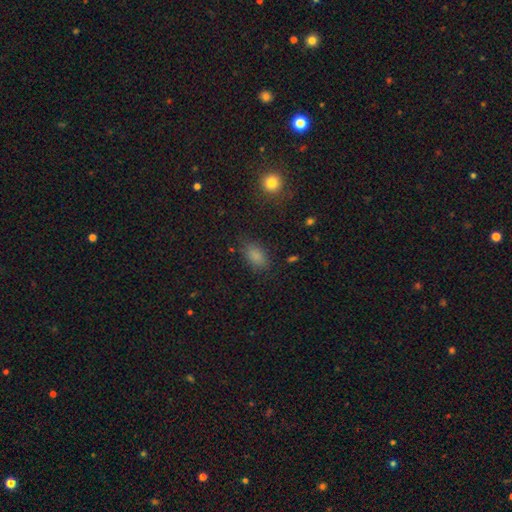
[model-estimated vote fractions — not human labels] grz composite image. It shows a smooth galaxy with no disk features (83%) that is in between round and cigar-shaped (89%). Merging: none (80%).